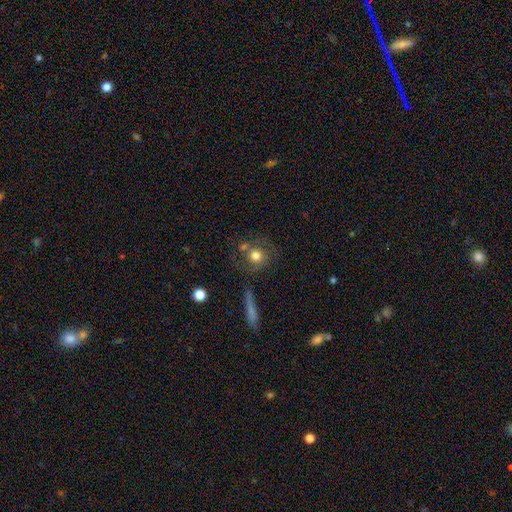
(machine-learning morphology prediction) A smooth galaxy with no disk features (69%) that is round (84%).

Vote fractions:
- Smooth or featured? smooth: 69% / featured or disk: 21% / star or artifact: 11%
- How rounded? round: 84% / in between: 14% / cigar-shaped: 2%
- Merging? none: 59% / merger: 17% / minor disturbance: 15% / major disturbance: 9%